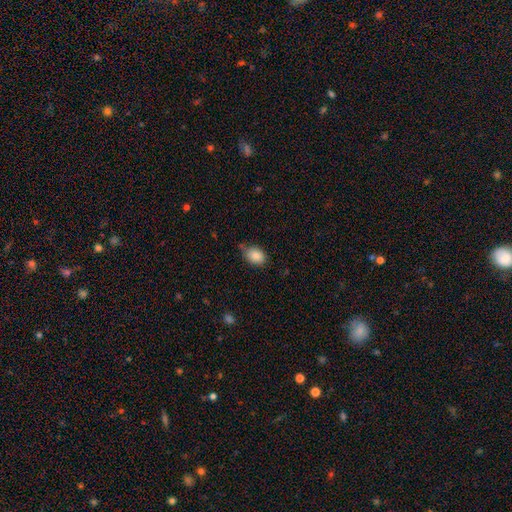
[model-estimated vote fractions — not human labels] The model was most divided on "merging": none: 64%, minor disturbance: 27%, major disturbance: 5%, merger: 4%. More confident: smooth or featured — smooth (86%); how rounded — in between (71%).